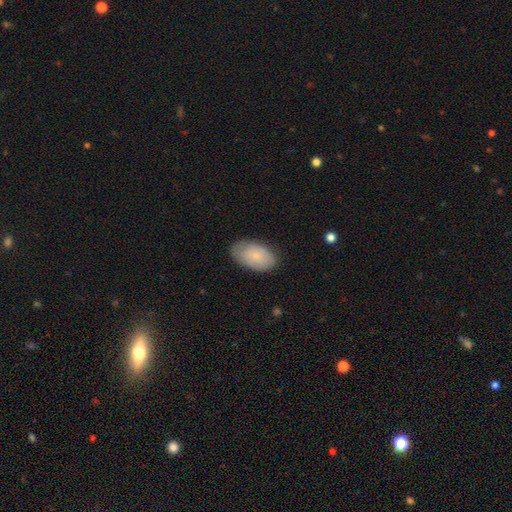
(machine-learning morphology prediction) This is likely a smooth galaxy (78%). How rounded: clearly in between (94%). Merging: likely none (77%).